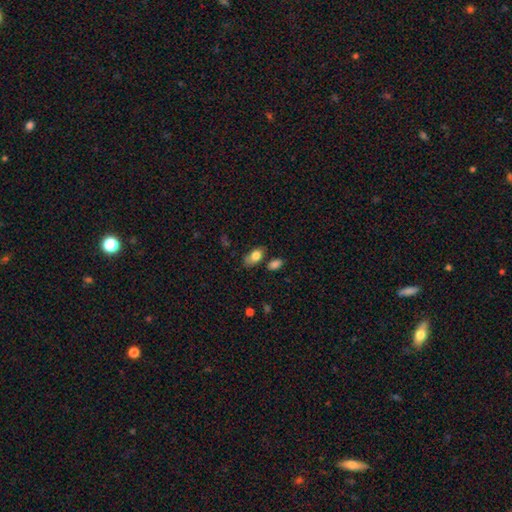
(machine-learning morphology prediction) smooth 81%, featured or disk 11%, star or artifact 7%. Down the decision tree: how rounded — in between (90%); merging — none (61%).